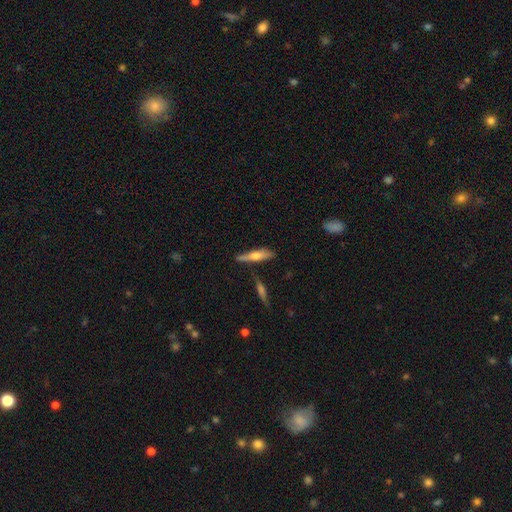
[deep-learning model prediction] Q: Smooth or featured?
A: smooth (51%); runner-up: featured or disk (43%)
Q: How rounded?
A: cigar-shaped (79%); runner-up: in between (19%)
Q: Merging?
A: none (72%); runner-up: minor disturbance (17%)